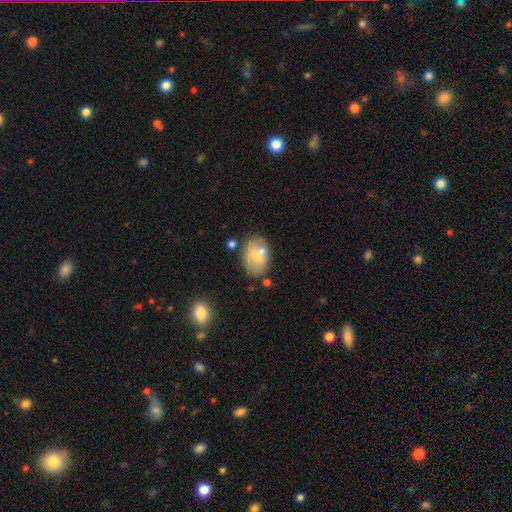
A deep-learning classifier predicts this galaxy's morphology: Smooth or featured: smooth — 62% (featured or disk — 31%)
How rounded: in between — 81% (round — 18%)
Merging: none — 58% (minor disturbance — 20%)